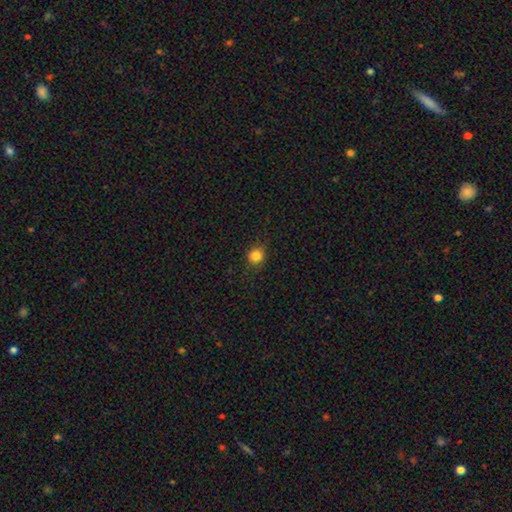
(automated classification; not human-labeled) Smooth or featured: smooth — 84% (star or artifact — 12%)
How rounded: round — 88% (in between — 11%)
Merging: none — 87% (minor disturbance — 9%)